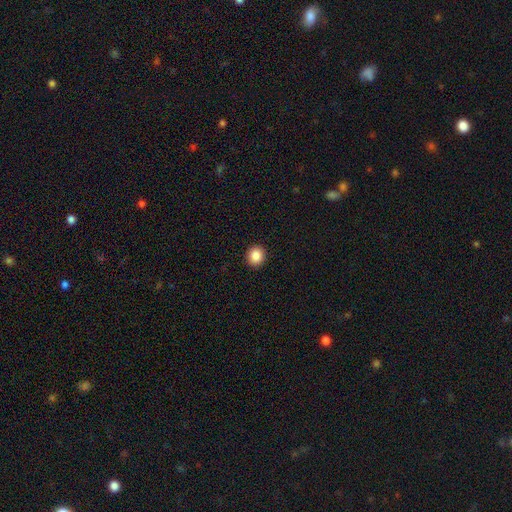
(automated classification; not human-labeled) smooth_or_featured: smooth (p=0.87) [alt: star or artifact p=0.09]
how_rounded: round (p=0.83) [alt: in between p=0.16]
merging: none (p=0.93) [alt: minor disturbance p=0.05]